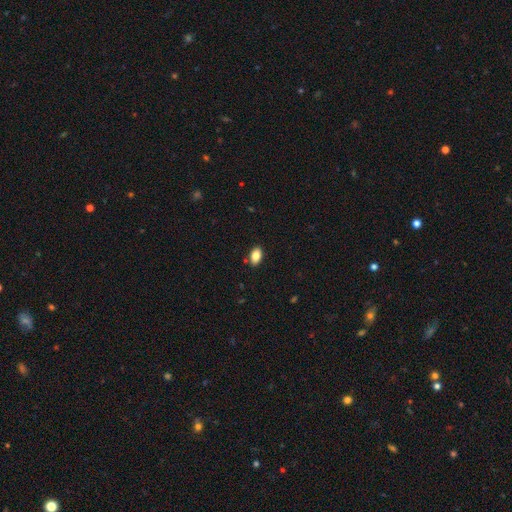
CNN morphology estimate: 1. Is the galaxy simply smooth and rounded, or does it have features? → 84% smooth, 8% star or artifact, 8% featured or disk.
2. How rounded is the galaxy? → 91% in between, 8% round, 2% cigar-shaped.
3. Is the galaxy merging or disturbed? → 87% none, 9% minor disturbance, 2% merger, 2% major disturbance.